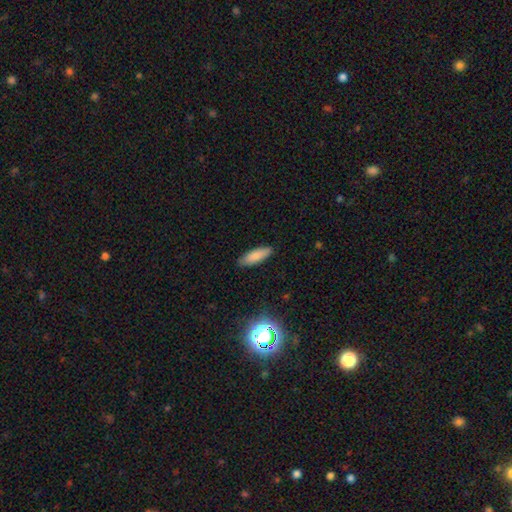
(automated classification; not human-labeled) Smooth or featured?
  - smooth: 84% *
  - star or artifact: 8%
  - featured or disk: 7%
How rounded?
  - in between: 55% *
  - cigar-shaped: 43%
  - round: 2%
Merging?
  - none: 88% *
  - minor disturbance: 9%
  - major disturbance: 2%
  - merger: 1%